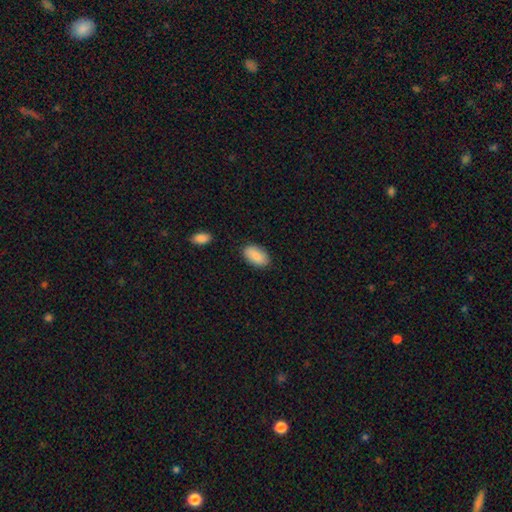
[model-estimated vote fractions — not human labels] Smooth or featured: smooth — 87% (featured or disk — 7%)
How rounded: in between — 94% (round — 4%)
Merging: none — 84% (minor disturbance — 11%)